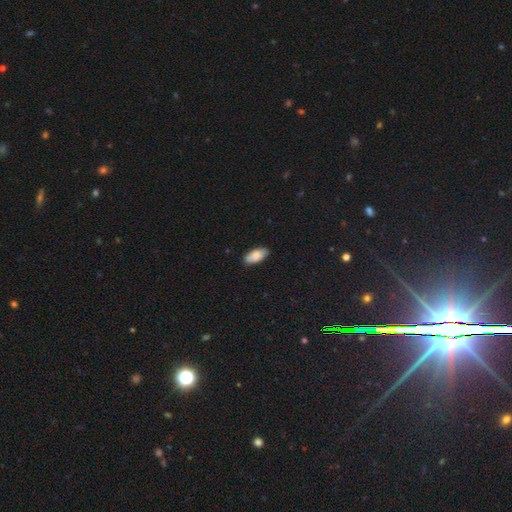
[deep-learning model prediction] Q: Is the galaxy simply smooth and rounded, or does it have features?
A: smooth — 85%.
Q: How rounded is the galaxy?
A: in between — 90%.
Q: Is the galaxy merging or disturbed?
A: none — 85%.